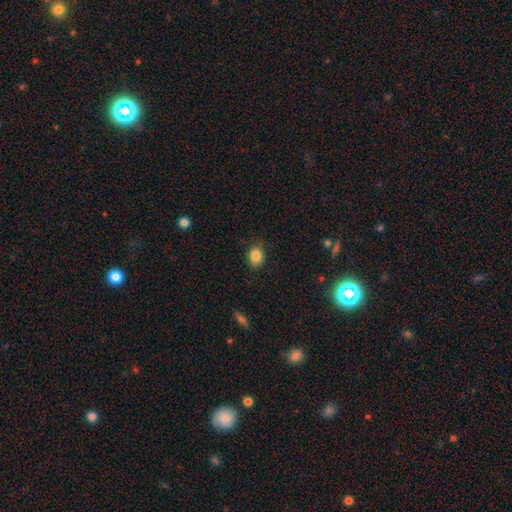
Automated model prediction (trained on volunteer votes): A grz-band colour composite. It shows a smooth galaxy with no disk features (85%) that is in between round and cigar-shaped (55%). Merging: none (83%).